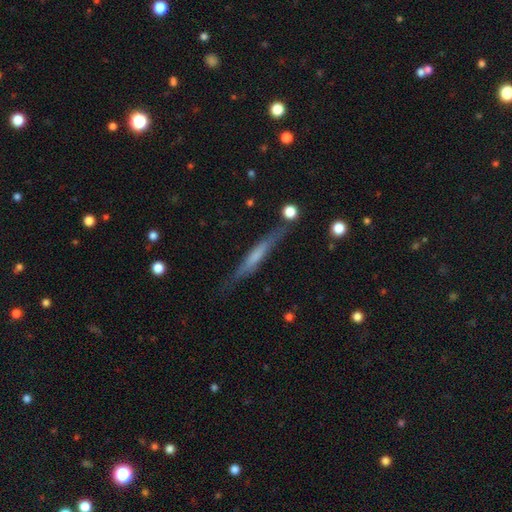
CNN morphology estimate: Q: Smooth or featured?
A: featured or disk (53%); runner-up: smooth (40%)
Q: Edge-on disk?
A: yes (92%); runner-up: no (8%)
Q: Merging?
A: none (77%); runner-up: minor disturbance (15%)